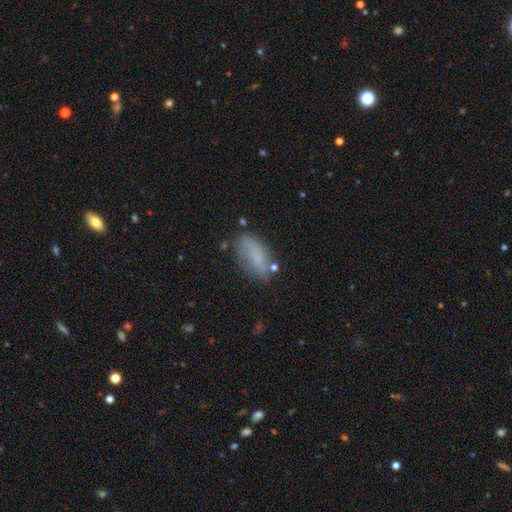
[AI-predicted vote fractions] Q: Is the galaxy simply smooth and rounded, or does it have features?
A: smooth — 65%.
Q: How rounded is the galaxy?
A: in between — 87%.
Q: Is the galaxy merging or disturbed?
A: none — 55%.